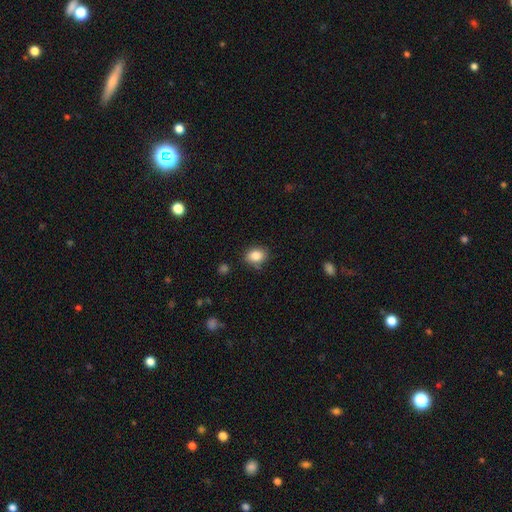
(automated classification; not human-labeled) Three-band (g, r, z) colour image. It shows a smooth galaxy with no disk features (85%) that is in between round and cigar-shaped (60%). Merging: none (80%).